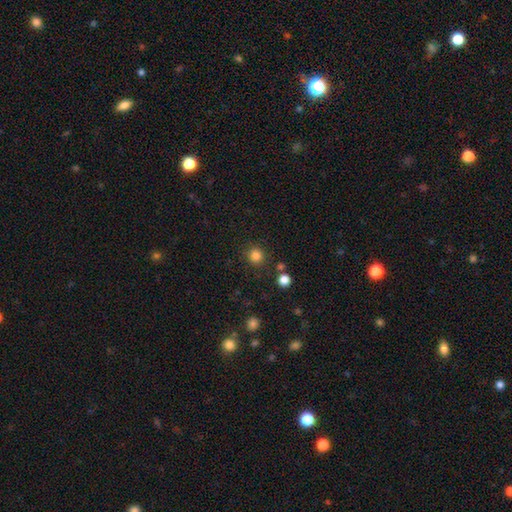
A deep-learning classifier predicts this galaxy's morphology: Smooth or featured?
  - smooth: 83% *
  - star or artifact: 13%
  - featured or disk: 4%
How rounded?
  - round: 91% *
  - in between: 8%
  - cigar-shaped: 1%
Merging?
  - none: 86% *
  - minor disturbance: 7%
  - merger: 3%
  - major disturbance: 3%